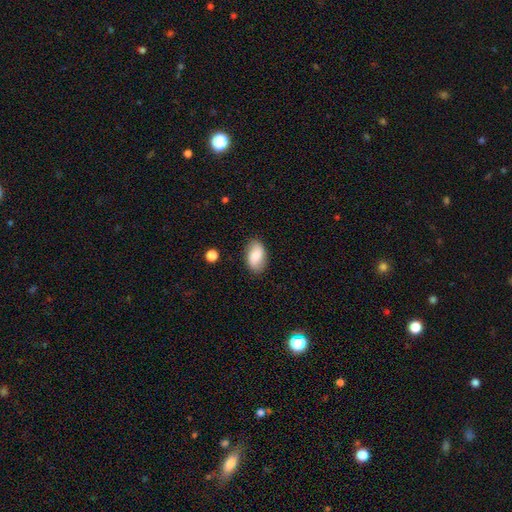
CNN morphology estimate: Smooth or featured? smooth (77%)
How rounded? in between (93%)
Merging? none (83%)